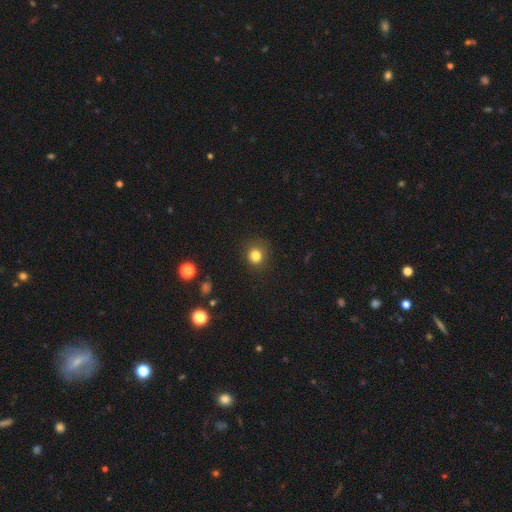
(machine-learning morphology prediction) smooth 82%, star or artifact 13%, featured or disk 5%. Down the decision tree: how rounded — round (87%); merging — none (84%).